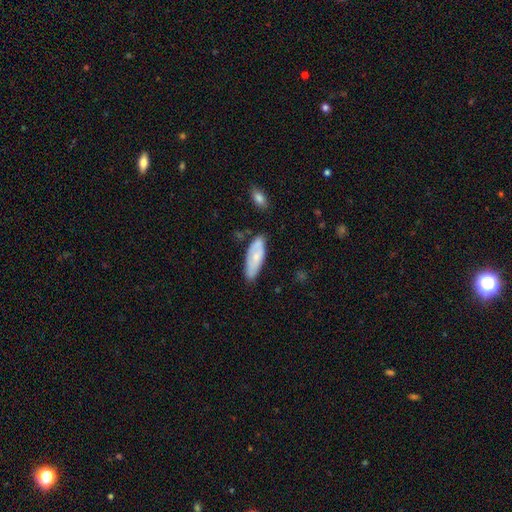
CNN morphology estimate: Overall: smooth (60%; featured or disk 34%). How rounded: in between (69%; cigar-shaped 29%). Merging: none (70%).